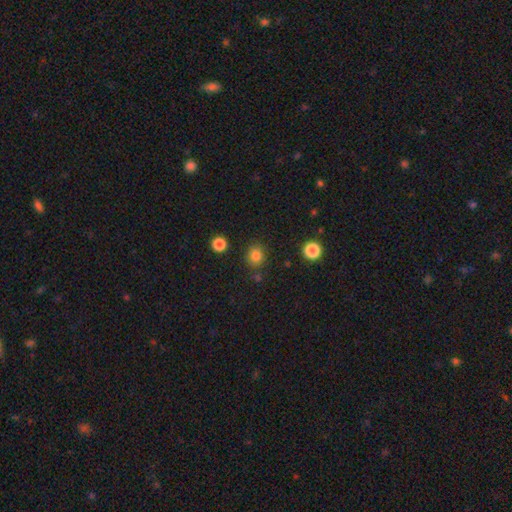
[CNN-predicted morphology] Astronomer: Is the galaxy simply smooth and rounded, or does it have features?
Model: smooth — 82%.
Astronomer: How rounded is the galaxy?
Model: round — 83%.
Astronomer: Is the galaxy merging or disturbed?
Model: none — 84%.